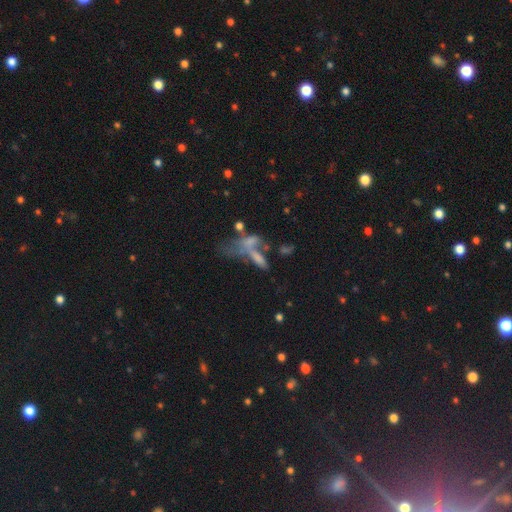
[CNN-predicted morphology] Smooth or featured? Predicted: featured or disk (p=0.40). Merging? Predicted: merger (p=0.43).